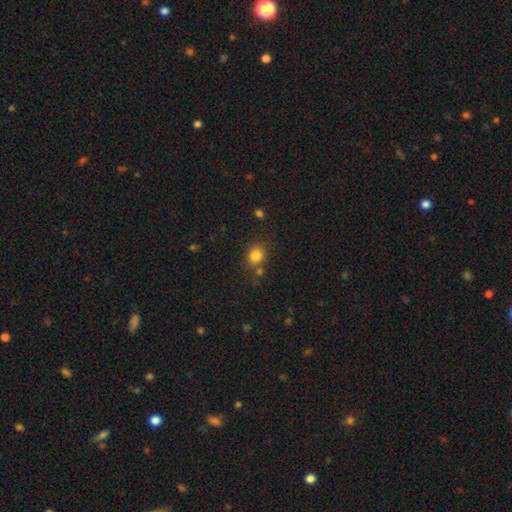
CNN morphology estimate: smooth-or-featured: smooth: 82% | star or artifact: 12% | featured or disk: 6%
  how-rounded: round: 69% | in between: 30% | cigar-shaped: 1%
  merging: none: 72% | minor disturbance: 12% | merger: 11% | major disturbance: 4%